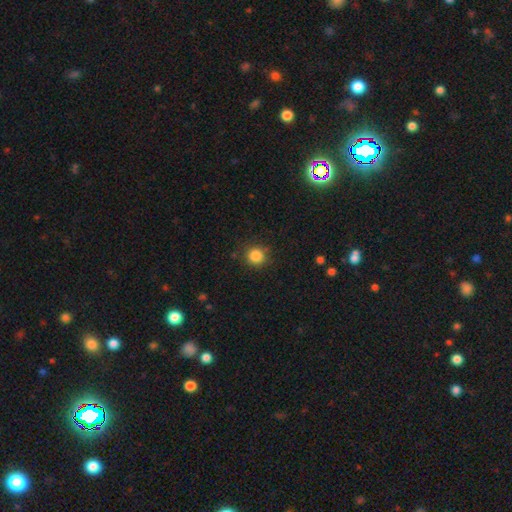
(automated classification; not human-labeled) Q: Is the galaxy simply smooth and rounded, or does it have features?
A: smooth — 85%.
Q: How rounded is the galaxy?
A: round — 93%.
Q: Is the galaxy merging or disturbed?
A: none — 86%.